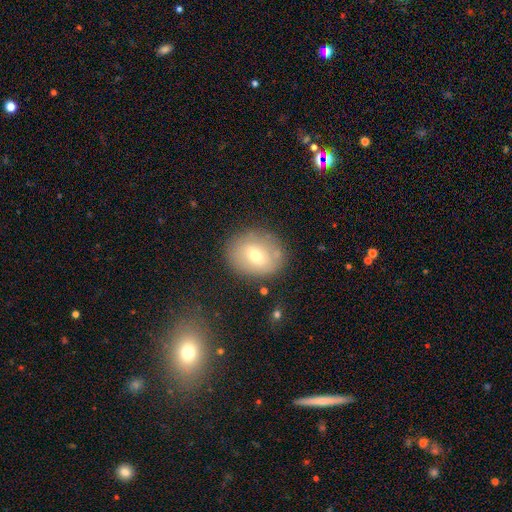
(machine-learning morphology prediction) Smooth or featured?
  - smooth: 57% *
  - featured or disk: 33%
  - star or artifact: 10%
How rounded?
  - round: 60% *
  - in between: 39%
  - cigar-shaped: 1%
Merging?
  - none: 79% *
  - minor disturbance: 14%
  - major disturbance: 5%
  - merger: 3%